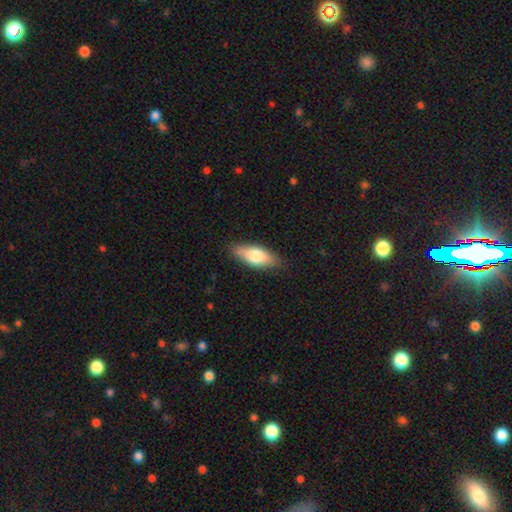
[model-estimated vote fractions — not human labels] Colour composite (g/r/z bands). It shows a smooth galaxy with no disk features (75%) that is in between round and cigar-shaped (77%). Merging: none (82%).